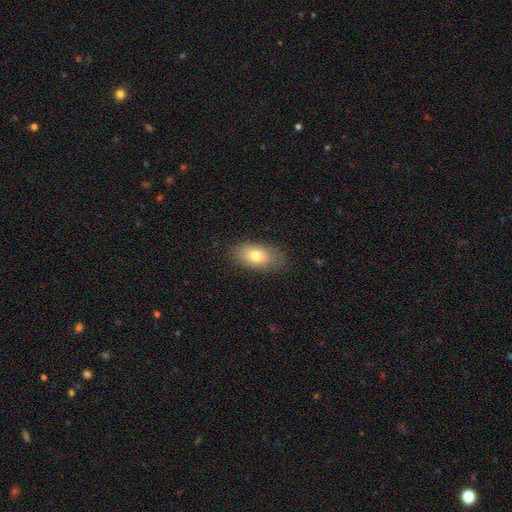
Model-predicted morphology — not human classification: The model was most divided on "smooth or featured": smooth: 75%, featured or disk: 16%, star or artifact: 9%. More confident: how rounded — in between (89%); merging — none (82%).